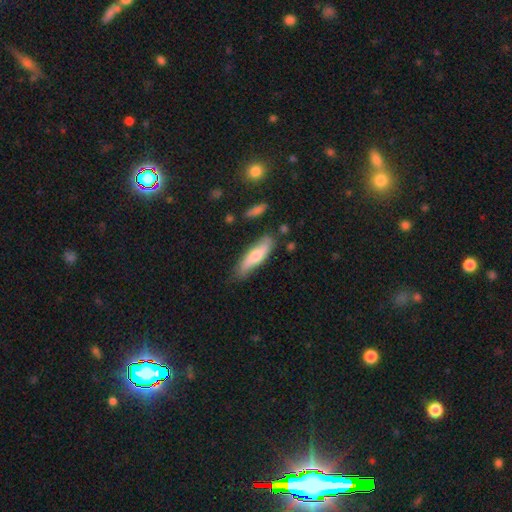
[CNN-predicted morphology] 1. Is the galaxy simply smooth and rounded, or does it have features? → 56% smooth, 38% featured or disk, 6% star or artifact.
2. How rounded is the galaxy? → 60% cigar-shaped, 38% in between, 2% round.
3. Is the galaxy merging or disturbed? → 75% none, 19% minor disturbance, 4% major disturbance, 3% merger.